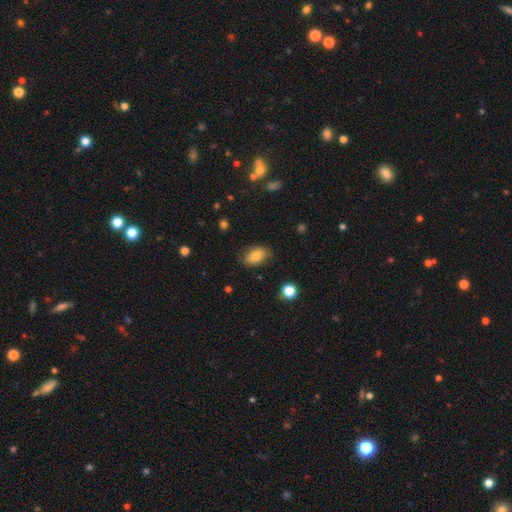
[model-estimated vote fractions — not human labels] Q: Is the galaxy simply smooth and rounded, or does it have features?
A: smooth — 82%.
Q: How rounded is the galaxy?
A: in between — 90%.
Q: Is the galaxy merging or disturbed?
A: none — 83%.